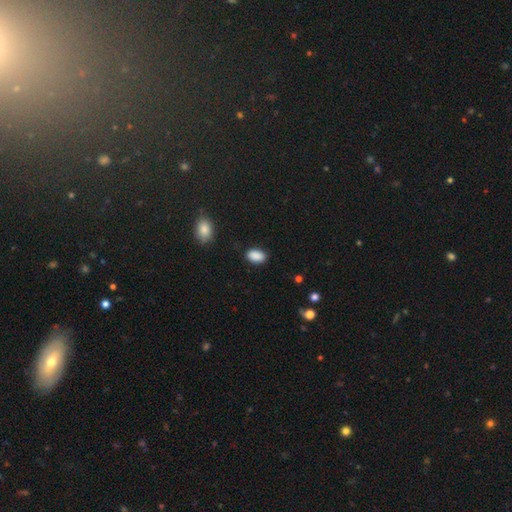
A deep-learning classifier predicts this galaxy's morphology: This appears to be a smooth galaxy with no disk features (90%) that is in between round and cigar-shaped (91%). Merging: none (86%).